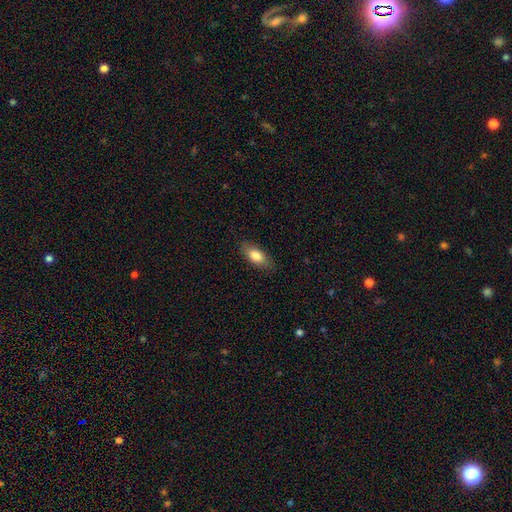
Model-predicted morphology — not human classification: smooth-or-featured: smooth: 80% | featured or disk: 13% | star or artifact: 6%
  how-rounded: in between: 85% | cigar-shaped: 12% | round: 3%
  merging: none: 84% | minor disturbance: 12% | major disturbance: 3% | merger: 1%